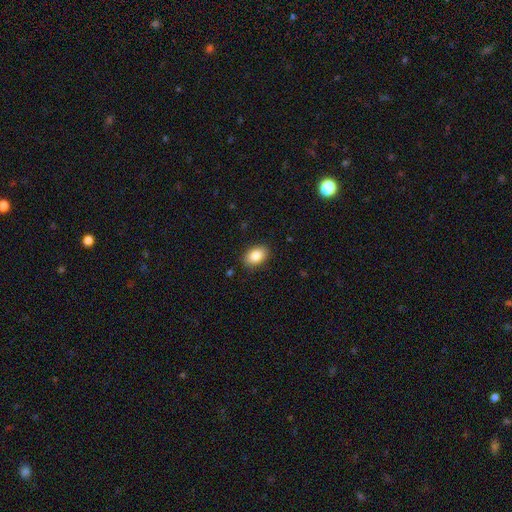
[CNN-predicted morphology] Overall: smooth (86%). How rounded: in between (87%). Merging: none (88%).